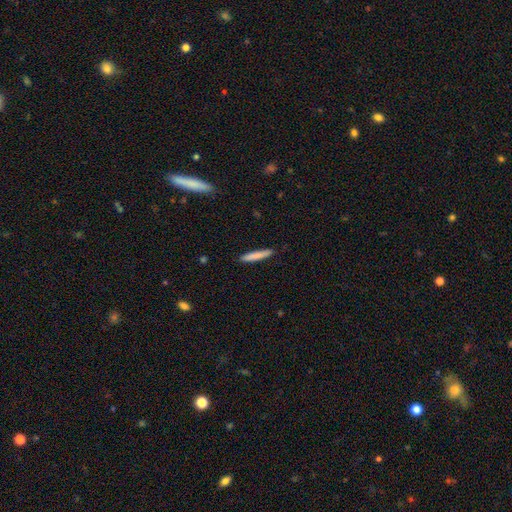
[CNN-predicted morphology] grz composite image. It shows a smooth galaxy with no disk features (82%) that is cigar-shaped (93%). Merging: none (90%).